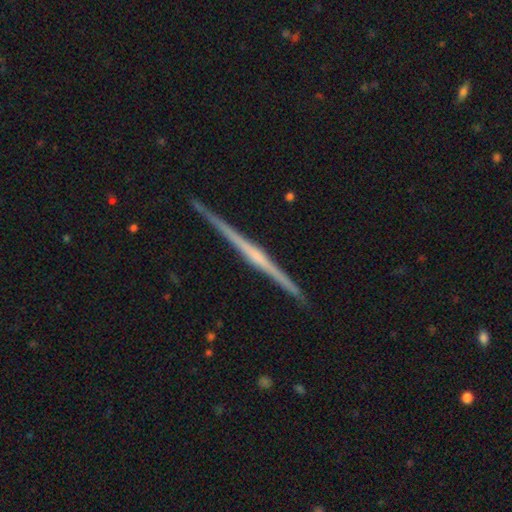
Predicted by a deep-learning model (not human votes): A featured or disk galaxy (82%) viewed edge-on (99%) with no central bulge (48%).

Vote fractions:
- Smooth or featured? featured or disk: 82% / smooth: 13% / star or artifact: 5%
- Edge-on disk? yes: 99% / no: 1%
- Edge-on bulge? none: 48% / rounded: 40% / boxy: 12%
- Merging? none: 92% / minor disturbance: 6% / major disturbance: 1% / merger: 1%